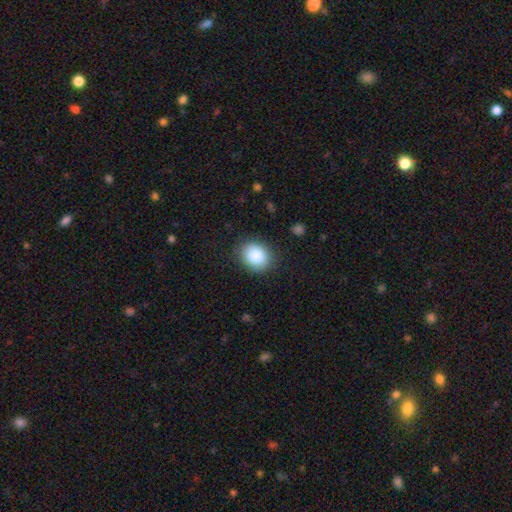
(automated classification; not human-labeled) A smooth galaxy with no disk features (85%) that is round (58%).

Vote fractions:
- Smooth or featured? smooth: 85% / star or artifact: 8% / featured or disk: 6%
- How rounded? round: 58% / in between: 41% / cigar-shaped: 1%
- Merging? none: 86% / minor disturbance: 10% / major disturbance: 3% / merger: 1%